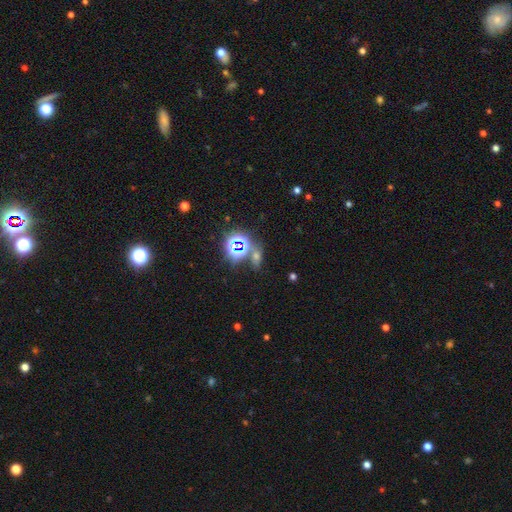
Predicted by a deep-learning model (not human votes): Morphology: type=star or artifact (58%).